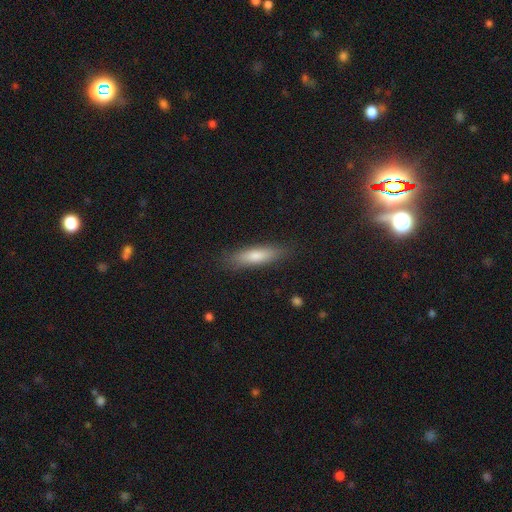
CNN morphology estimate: This is likely a smooth galaxy (74%). How rounded: likely cigar-shaped (67%). Merging: clearly none (85%).